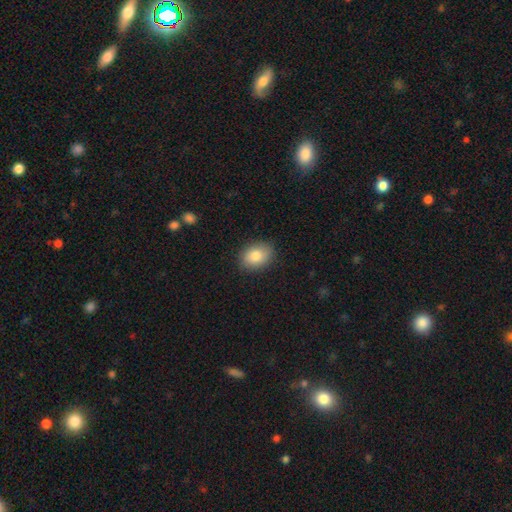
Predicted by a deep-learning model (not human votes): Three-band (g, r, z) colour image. It shows a smooth galaxy with no disk features (84%) that is in between round and cigar-shaped (74%). Merging: none (87%).